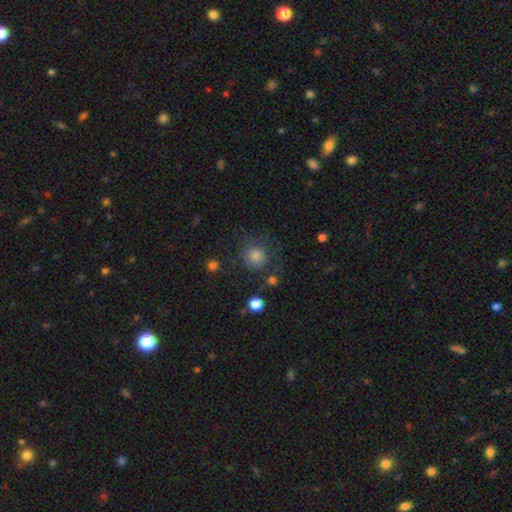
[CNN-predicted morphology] smooth-or-featured: smooth: 76% | star or artifact: 14% | featured or disk: 10%
  how-rounded: round: 88% | in between: 11% | cigar-shaped: 1%
  merging: none: 70% | minor disturbance: 16% | major disturbance: 10% | merger: 4%